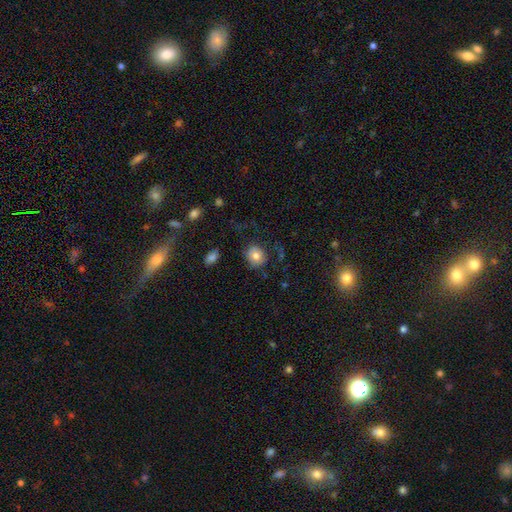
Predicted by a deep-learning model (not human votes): Smooth or featured?
  - smooth: 76% *
  - featured or disk: 15%
  - star or artifact: 9%
How rounded?
  - round: 76% *
  - in between: 23%
  - cigar-shaped: 1%
Merging?
  - none: 78% *
  - minor disturbance: 15%
  - major disturbance: 5%
  - merger: 2%